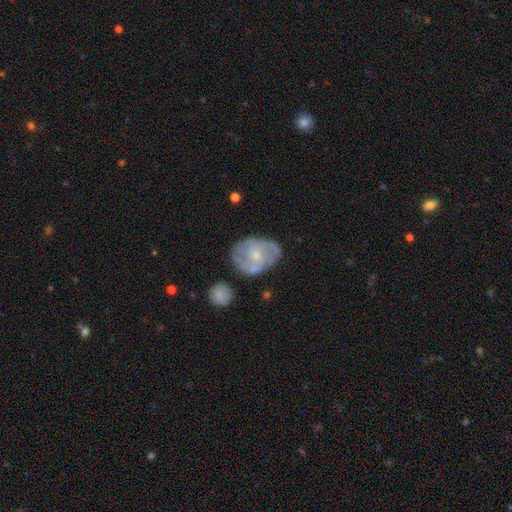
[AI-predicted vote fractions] Smooth or featured?
  - featured or disk: 67% *
  - smooth: 27%
  - star or artifact: 6%
Edge-on disk?
  - no: 97% *
  - yes: 3%
Bar?
  - no: 64% *
  - weak: 31%
  - strong: 5%
Spiral arms?
  - yes: 73% *
  - no: 27%
Bulge size?
  - small: 65% *
  - moderate: 29%
  - none: 4%
  - large: 1%
  - dominant: 1%
Merging?
  - none: 59% *
  - minor disturbance: 24%
  - major disturbance: 11%
  - merger: 7%